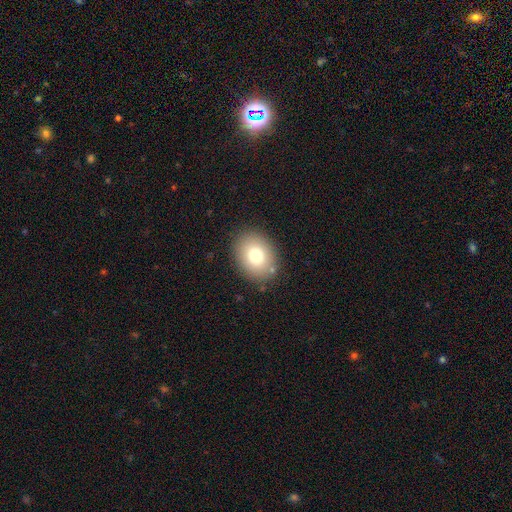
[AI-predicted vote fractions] Morphology: type=smooth (76%); roundness=in between (60%); merging=none (86%).